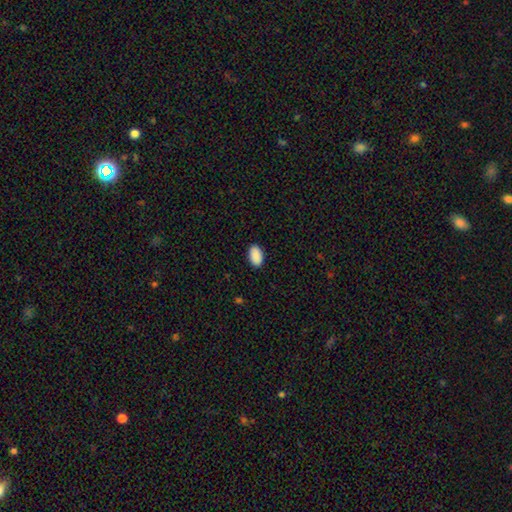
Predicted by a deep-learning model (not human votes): A smooth galaxy with no disk features (91%) that is in between round and cigar-shaped (94%).

Vote fractions:
- Smooth or featured? smooth: 91% / star or artifact: 7% / featured or disk: 2%
- How rounded? in between: 94% / round: 5% / cigar-shaped: 1%
- Merging? none: 90% / minor disturbance: 8% / major disturbance: 2% / merger: 1%